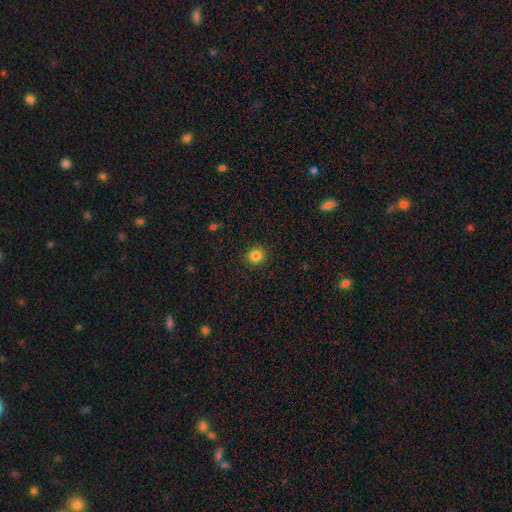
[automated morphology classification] Q: Smooth or featured?
A: smooth (83%); runner-up: star or artifact (12%)
Q: How rounded?
A: round (89%); runner-up: in between (10%)
Q: Merging?
A: none (92%); runner-up: minor disturbance (6%)